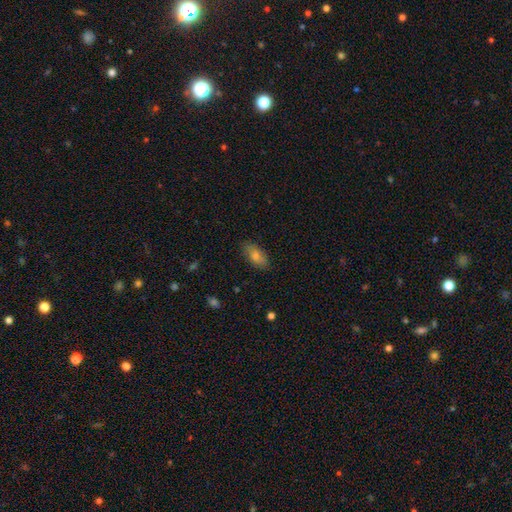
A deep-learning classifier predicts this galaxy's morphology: The model was most divided on "smooth or featured": smooth: 68%, featured or disk: 22%, star or artifact: 10%. More confident: how rounded — in between (88%); merging — none (85%).